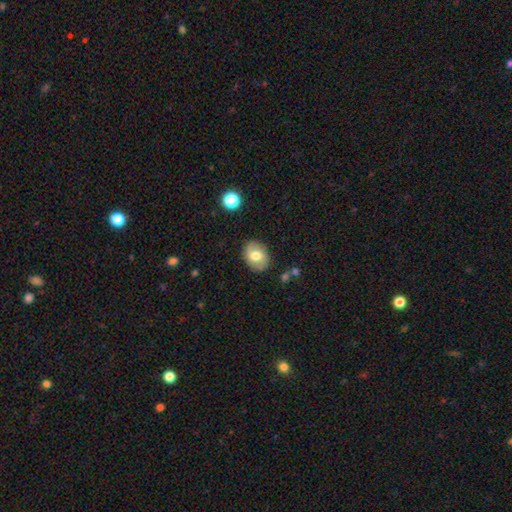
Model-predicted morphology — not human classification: Smooth or featured?
  - smooth: 65% *
  - featured or disk: 27%
  - star or artifact: 8%
How rounded?
  - in between: 62% *
  - round: 37%
  - cigar-shaped: 1%
Merging?
  - none: 84% *
  - minor disturbance: 11%
  - major disturbance: 3%
  - merger: 2%